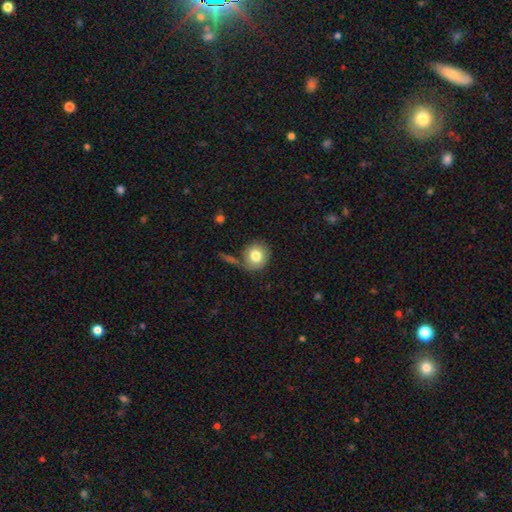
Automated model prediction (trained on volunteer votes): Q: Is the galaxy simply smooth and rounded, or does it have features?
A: smooth — 80%.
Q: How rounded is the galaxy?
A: round — 84%.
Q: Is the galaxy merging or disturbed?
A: none — 74%.